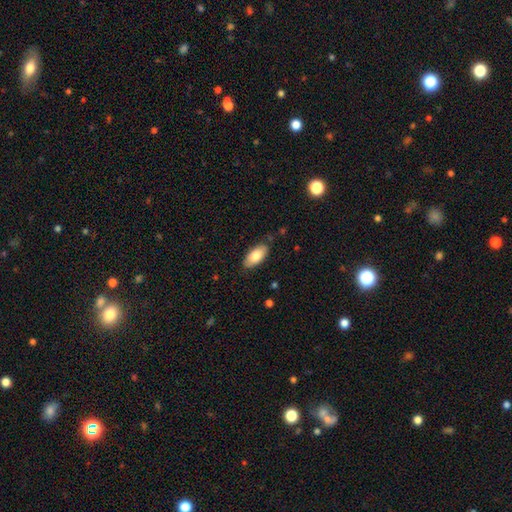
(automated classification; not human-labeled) This appears to be a smooth galaxy with no disk features (79%) that is in between round and cigar-shaped (92%). Merging: none (84%).